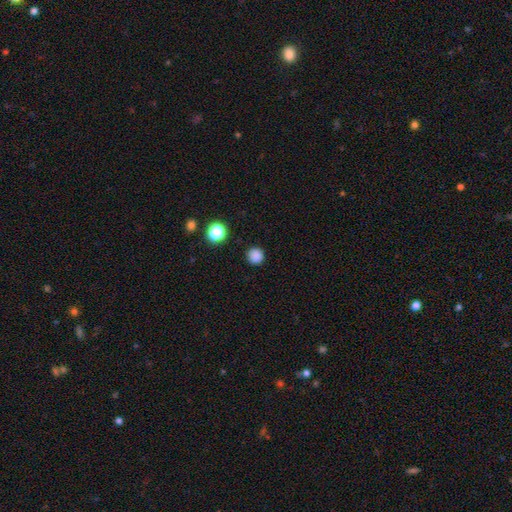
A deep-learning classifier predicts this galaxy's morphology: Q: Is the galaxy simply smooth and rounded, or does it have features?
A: smooth — 84%.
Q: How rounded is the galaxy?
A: round — 95%.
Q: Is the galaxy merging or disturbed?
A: none — 91%.